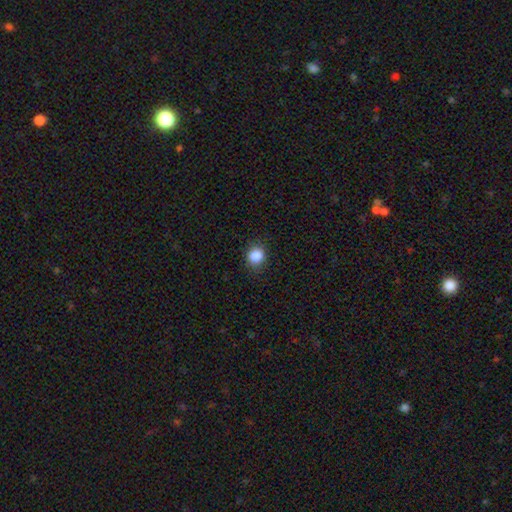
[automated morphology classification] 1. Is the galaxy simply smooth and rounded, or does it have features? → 86% smooth, 11% star or artifact, 4% featured or disk.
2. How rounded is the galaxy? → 80% round, 20% in between, 1% cigar-shaped.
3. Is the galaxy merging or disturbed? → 87% none, 9% minor disturbance, 3% major disturbance, 1% merger.